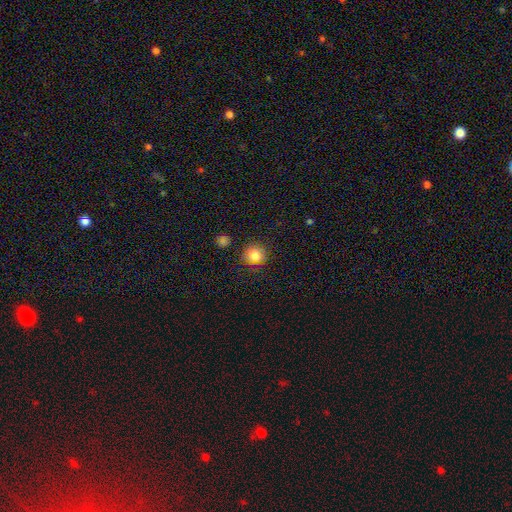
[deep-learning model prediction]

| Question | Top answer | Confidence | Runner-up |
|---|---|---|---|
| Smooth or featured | smooth | 81% | star or artifact (13%) |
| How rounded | round | 86% | in between (13%) |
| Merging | none | 84% | minor disturbance (11%) |